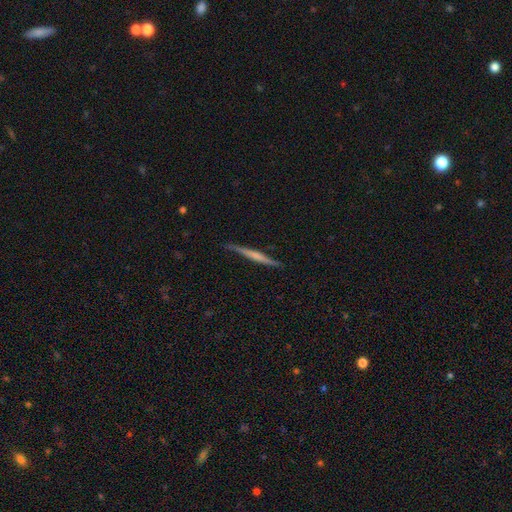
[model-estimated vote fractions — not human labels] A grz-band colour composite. It shows a featured or disk galaxy (56%) viewed edge-on (97%) with no central bulge (55%). Merging: none (85%).